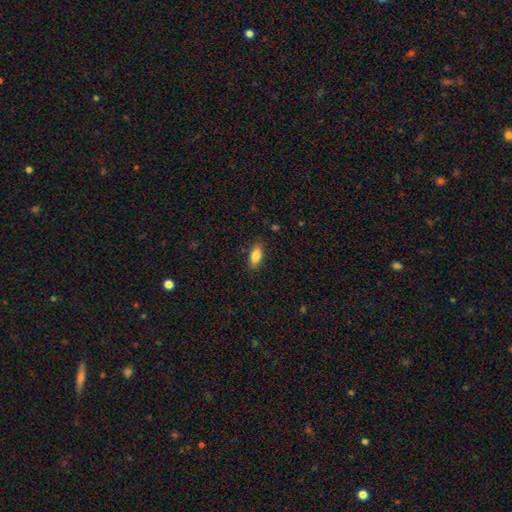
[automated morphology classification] smooth 84%, featured or disk 9%, star or artifact 7%. Down the decision tree: how rounded — in between (87%); merging — none (85%).